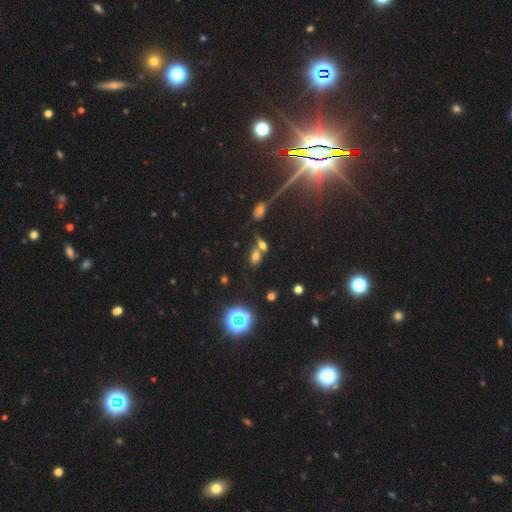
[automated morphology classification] Smooth or featured?
  - smooth: 58% *
  - star or artifact: 27%
  - featured or disk: 15%
How rounded?
  - in between: 74% *
  - round: 19%
  - cigar-shaped: 6%
Merging?
  - merger: 45% *
  - none: 41%
  - minor disturbance: 9%
  - major disturbance: 5%